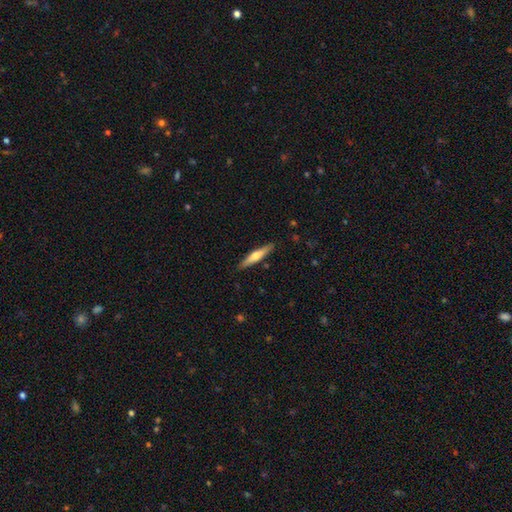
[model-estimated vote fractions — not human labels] smooth-or-featured: featured or disk: 48% | smooth: 46% | star or artifact: 5%
  merging: none: 89% | minor disturbance: 8% | major disturbance: 2% | merger: 1%